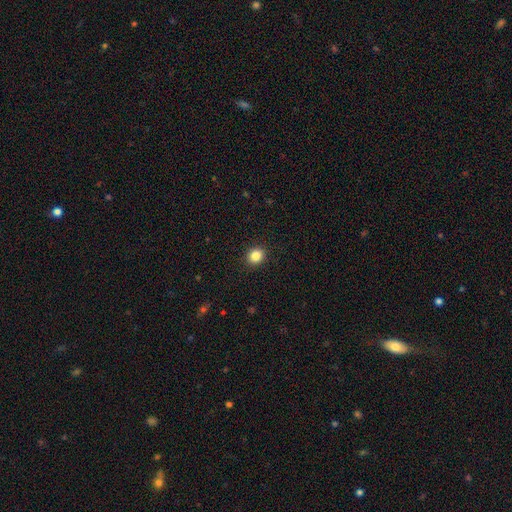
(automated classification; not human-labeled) Smooth or featured? smooth (85%)
How rounded? round (77%)
Merging? none (91%)